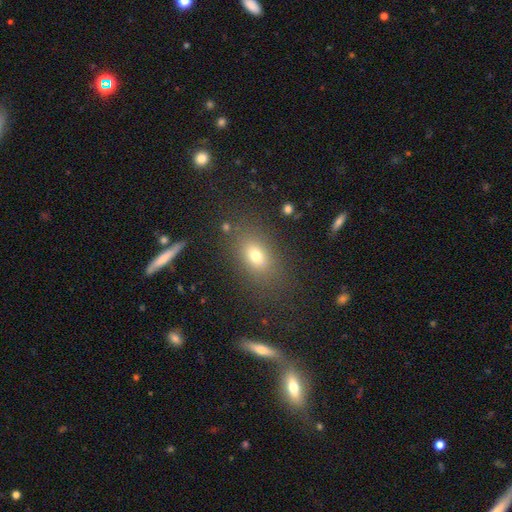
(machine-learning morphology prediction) A smooth galaxy with no disk features (71%) that is in between round and cigar-shaped (76%). Merging: none (79%).